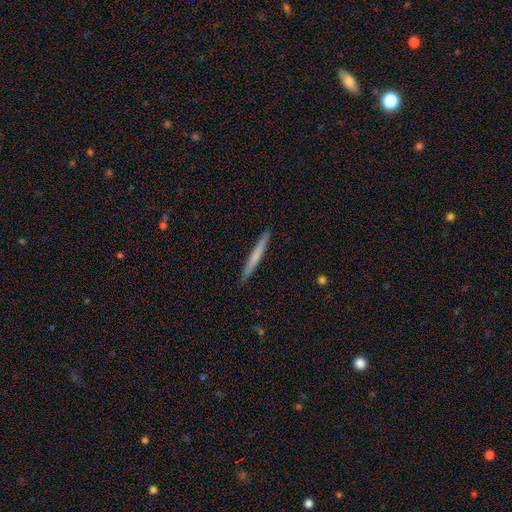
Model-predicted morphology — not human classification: Smooth or featured? Predicted: smooth (p=0.58). How rounded? Predicted: cigar-shaped (p=0.97). Merging? Predicted: none (p=0.91).